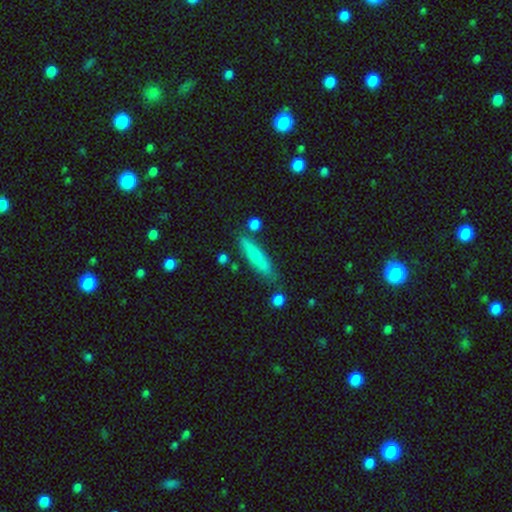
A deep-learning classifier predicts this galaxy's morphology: Smooth or featured? smooth (67%)
How rounded? cigar-shaped (80%)
Merging? none (72%)